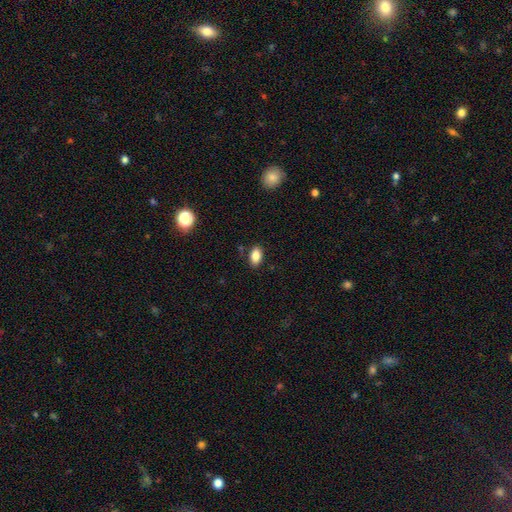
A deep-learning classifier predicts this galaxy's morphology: The model was most divided on "merging": none: 85%, minor disturbance: 10%, merger: 2%, major disturbance: 2%. More confident: how rounded — in between (90%); smooth or featured — smooth (85%).